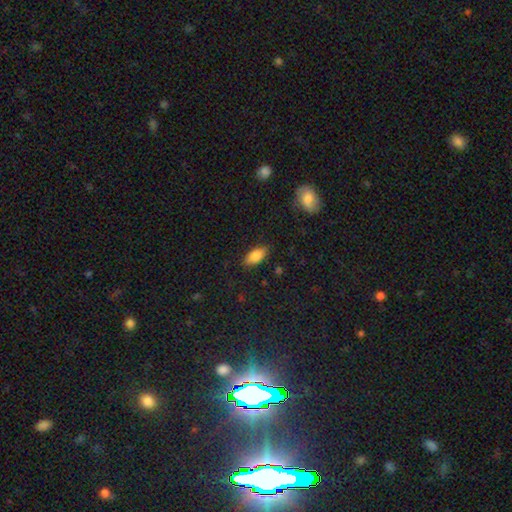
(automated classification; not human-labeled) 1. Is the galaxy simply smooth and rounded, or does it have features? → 80% smooth, 12% featured or disk, 8% star or artifact.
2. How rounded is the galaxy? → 88% in between, 9% cigar-shaped, 3% round.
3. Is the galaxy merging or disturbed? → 83% none, 12% minor disturbance, 3% major disturbance, 1% merger.